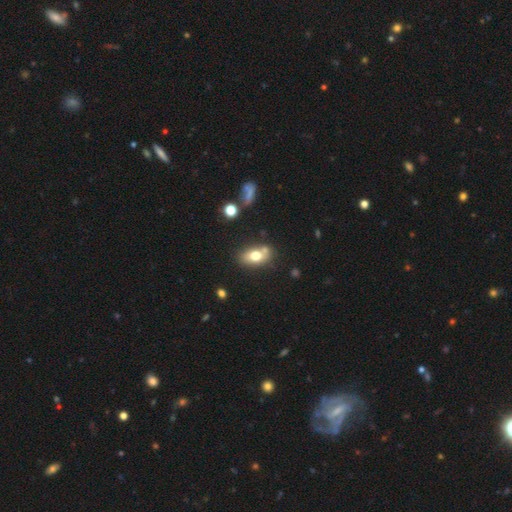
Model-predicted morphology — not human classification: This is likely a smooth galaxy (71%). How rounded: clearly in between (84%). Merging: likely none (62%).